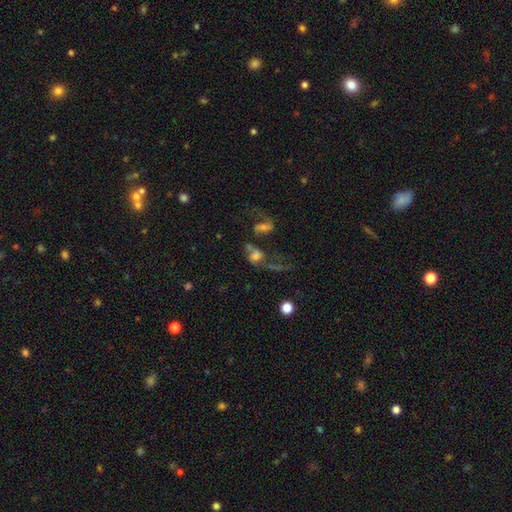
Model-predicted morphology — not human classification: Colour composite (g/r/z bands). It shows a featured or disk galaxy (42%). Merging: merger (46%).